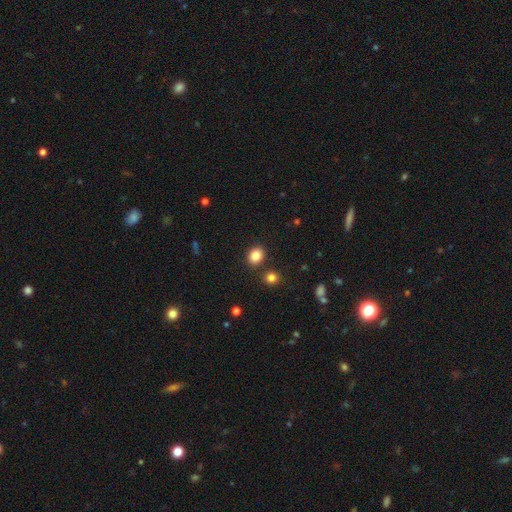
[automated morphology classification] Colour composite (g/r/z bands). It shows a smooth galaxy with no disk features (85%) that is round (54%). Merging: none (84%).